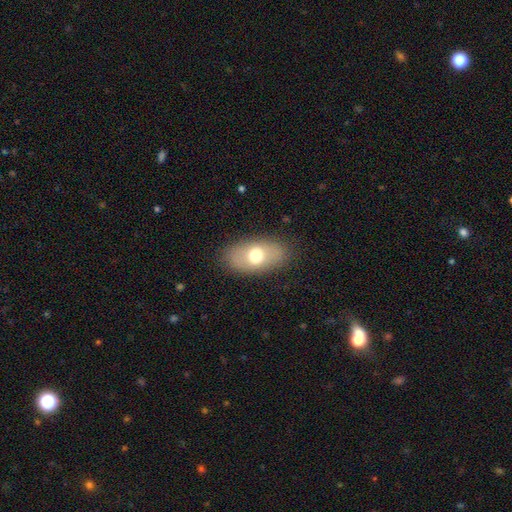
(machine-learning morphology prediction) Overall: smooth (67%). How rounded: in between (89%). Merging: none (84%).